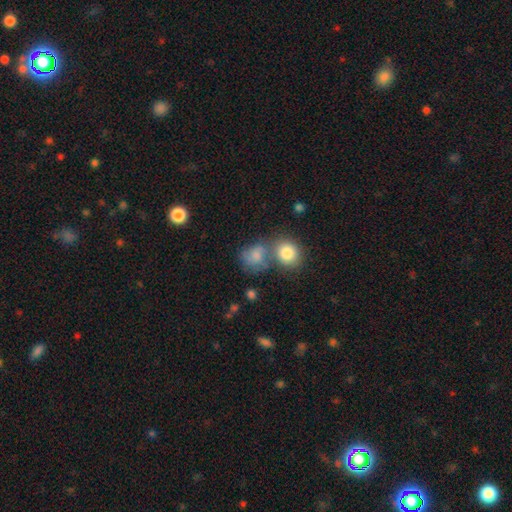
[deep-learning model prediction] Morphology: type=smooth (79%); roundness=round (64%); merging=merger (39%, tied with none).